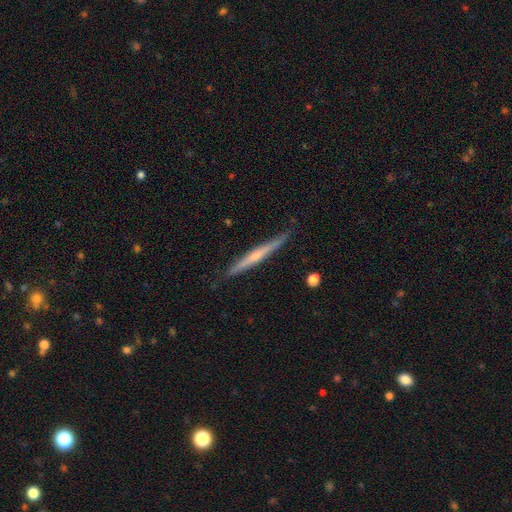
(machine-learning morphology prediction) Smooth or featured?
  - featured or disk: 64% *
  - smooth: 30%
  - star or artifact: 5%
Edge-on disk?
  - yes: 98% *
  - no: 2%
Edge-on bulge?
  - rounded: 56% *
  - none: 38%
  - boxy: 6%
Merging?
  - none: 85% *
  - minor disturbance: 12%
  - major disturbance: 2%
  - merger: 1%